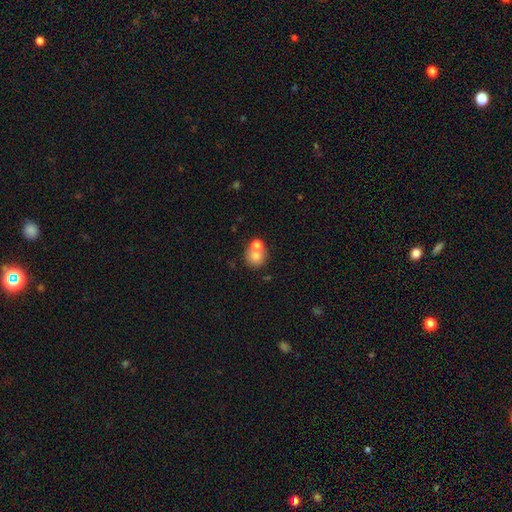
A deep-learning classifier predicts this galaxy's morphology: Overall: smooth (74%). How rounded: round (84%). Merging: none (47%; merger 42%).